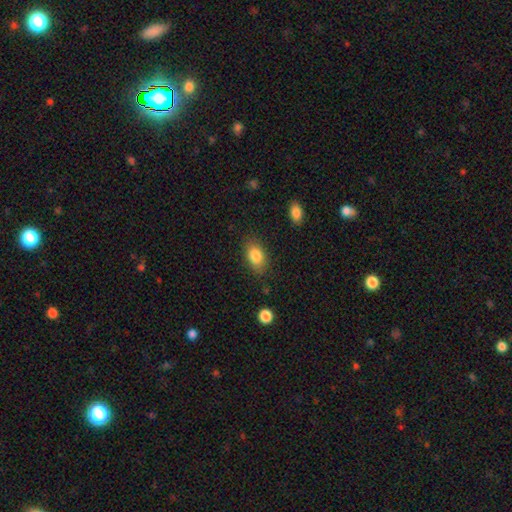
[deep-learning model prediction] Smooth or featured?
  - smooth: 84% *
  - featured or disk: 9%
  - star or artifact: 8%
How rounded?
  - in between: 86% *
  - round: 12%
  - cigar-shaped: 2%
Merging?
  - none: 82% *
  - minor disturbance: 13%
  - major disturbance: 4%
  - merger: 2%